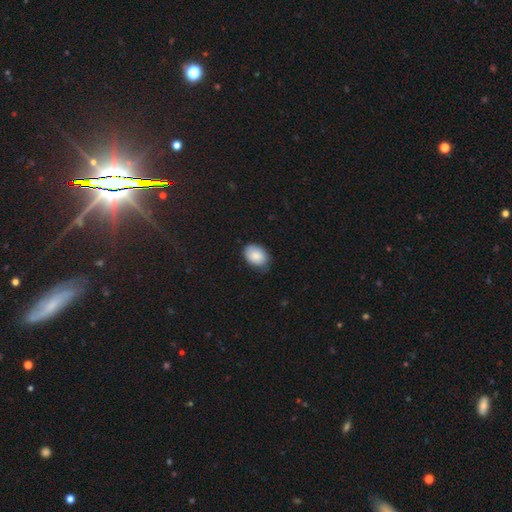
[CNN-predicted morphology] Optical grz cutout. It shows a smooth galaxy with no disk features (86%) that is in between round and cigar-shaped (78%). Merging: none (70%).